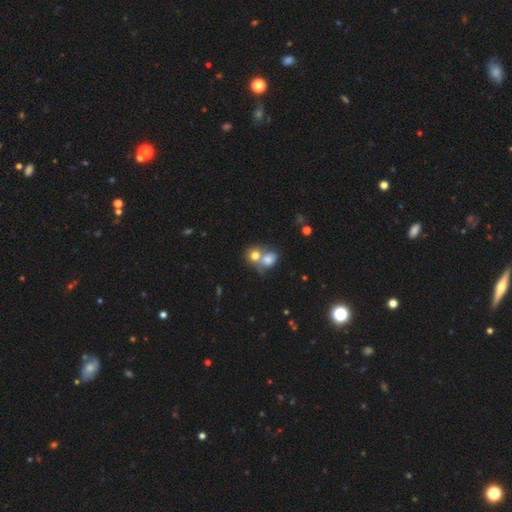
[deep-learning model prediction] smooth 75%, featured or disk 14%, star or artifact 10%. Down the decision tree: how rounded — round (69%); merging — merger (62%).